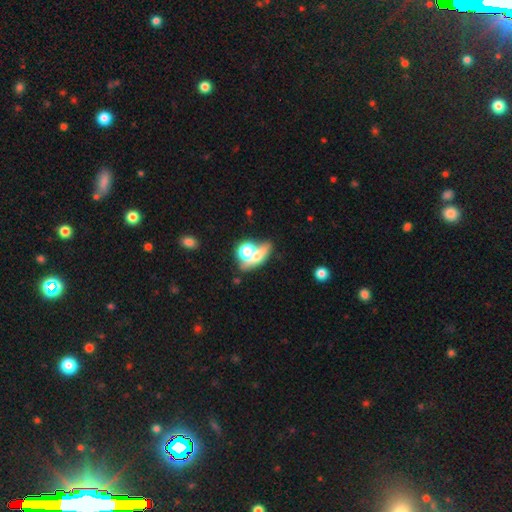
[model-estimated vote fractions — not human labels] This appears to be a smooth galaxy with no disk features (58%) that is in between round and cigar-shaped (59%). Merging: merger (48%).